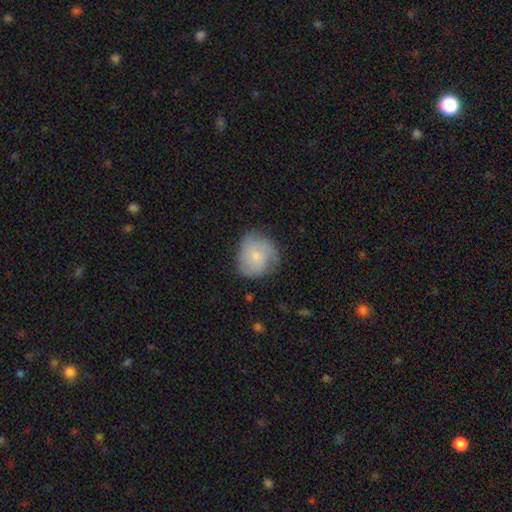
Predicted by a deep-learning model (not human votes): This appears to be a smooth galaxy with no disk features (55%) that is round (83%). Merging: none (65%).